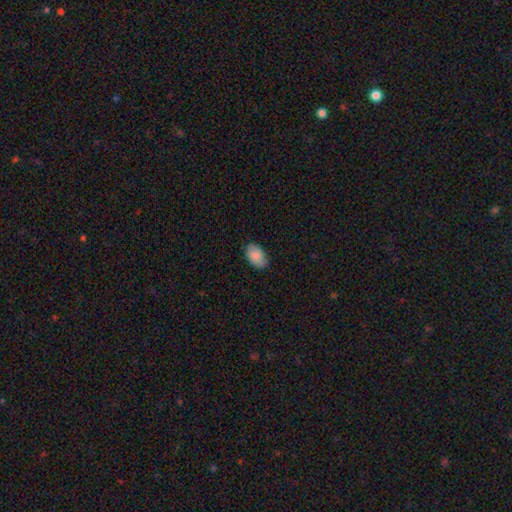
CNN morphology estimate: Smooth or featured: smooth — 87% (star or artifact — 7%)
How rounded: in between — 89% (round — 10%)
Merging: none — 80% (minor disturbance — 16%)